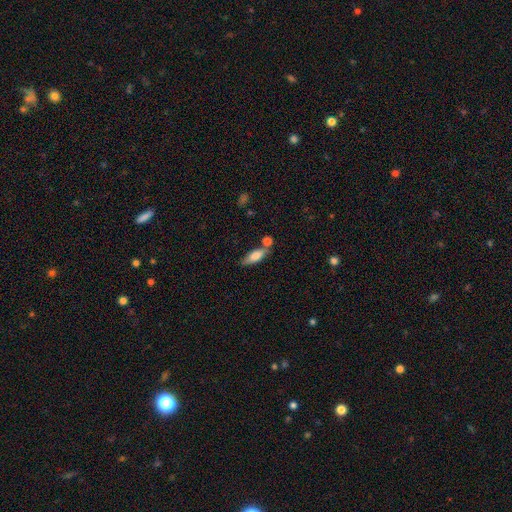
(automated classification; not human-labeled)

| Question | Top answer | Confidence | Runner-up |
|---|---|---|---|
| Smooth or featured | smooth | 76% | featured or disk (17%) |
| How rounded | in between | 58% | cigar-shaped (39%) |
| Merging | none | 56% | merger (21%) |